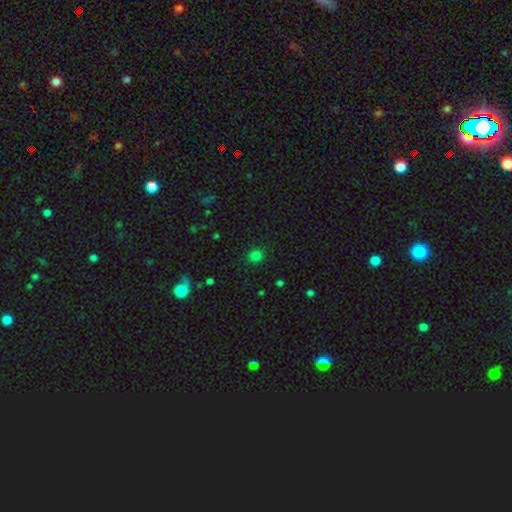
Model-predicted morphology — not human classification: A smooth galaxy with no disk features (79%) that is round (87%).

Vote fractions:
- Smooth or featured? smooth: 79% / star or artifact: 17% / featured or disk: 4%
- How rounded? round: 87% / in between: 12% / cigar-shaped: 1%
- Merging? none: 89% / minor disturbance: 7% / major disturbance: 2% / merger: 1%